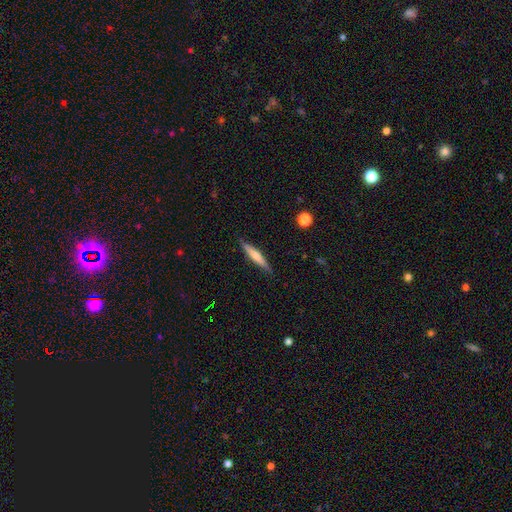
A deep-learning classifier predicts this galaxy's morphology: Smooth or featured: smooth — 52% (featured or disk — 42%)
How rounded: cigar-shaped — 92% (in between — 7%)
Merging: none — 88% (minor disturbance — 9%)